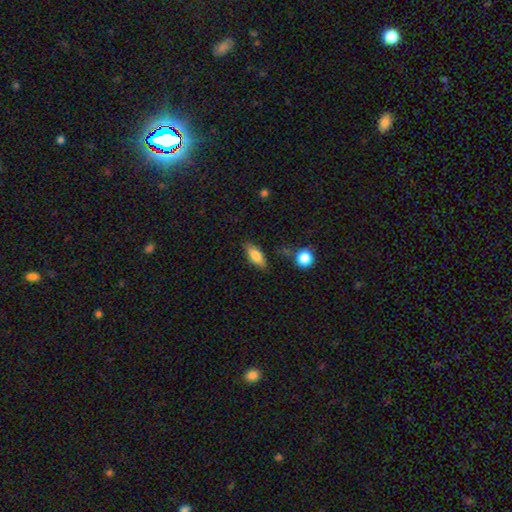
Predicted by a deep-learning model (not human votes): smooth 75%, featured or disk 17%, star or artifact 8%. Down the decision tree: how rounded — in between (75%); merging — none (78%).